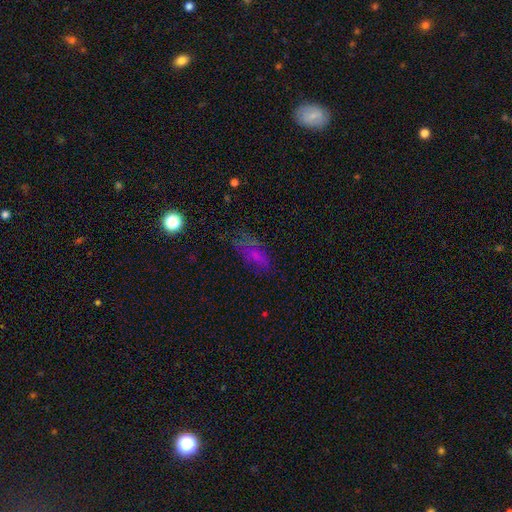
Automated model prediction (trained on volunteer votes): Smooth or featured: smooth — 61% (featured or disk — 21%)
How rounded: in between — 77% (cigar-shaped — 18%)
Merging: none — 54% (minor disturbance — 26%)